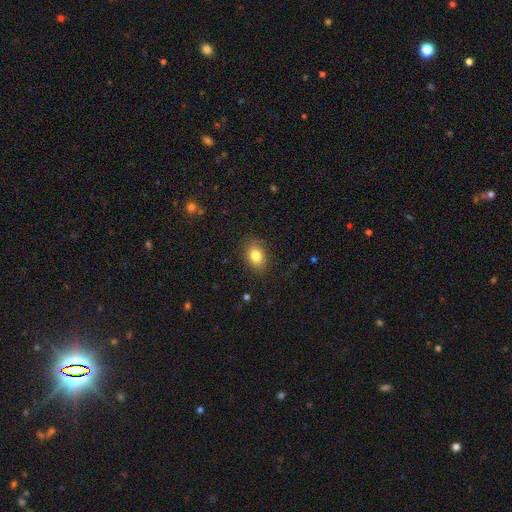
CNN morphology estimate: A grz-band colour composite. It shows a smooth galaxy with no disk features (82%) that is in between round and cigar-shaped (71%). Merging: none (87%).